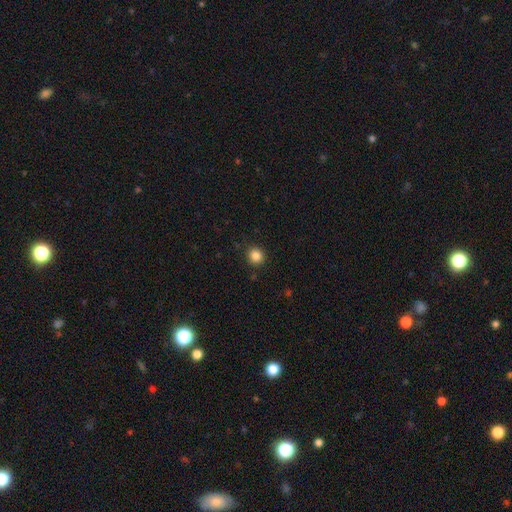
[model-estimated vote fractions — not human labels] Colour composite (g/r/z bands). It shows a smooth galaxy with no disk features (85%) that is round (90%). Merging: none (90%).